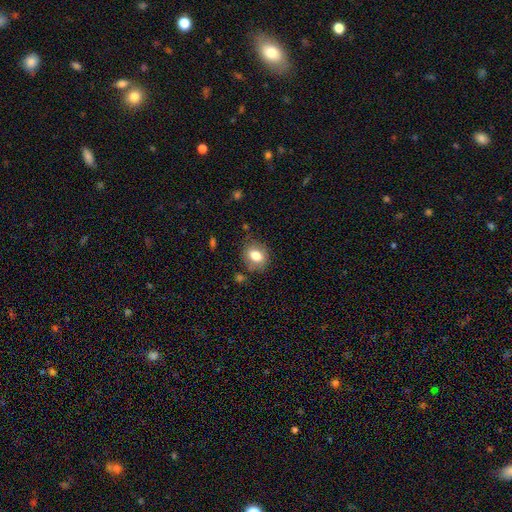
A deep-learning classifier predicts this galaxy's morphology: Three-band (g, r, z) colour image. It shows a smooth galaxy with no disk features (78%) that is in between round and cigar-shaped (51%). Merging: none (79%).